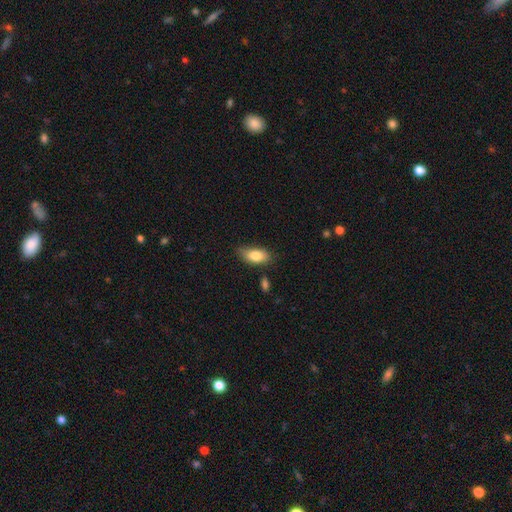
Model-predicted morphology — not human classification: Smooth or featured? Predicted: smooth (p=0.82). How rounded? Predicted: in between (p=0.89). Merging? Predicted: none (p=0.69).